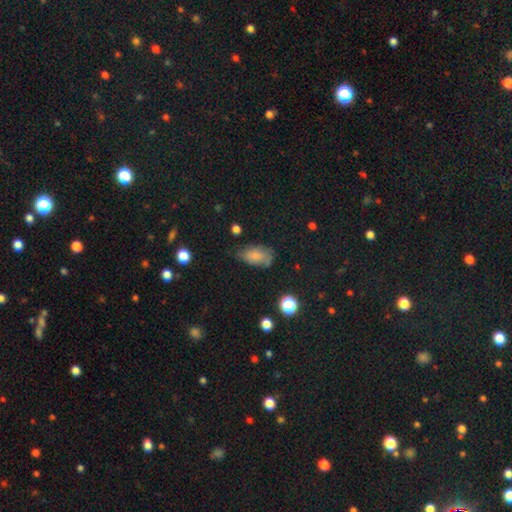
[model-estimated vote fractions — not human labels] This appears to be a smooth galaxy with no disk features (76%) that is in between round and cigar-shaped (91%). Merging: none (54%).